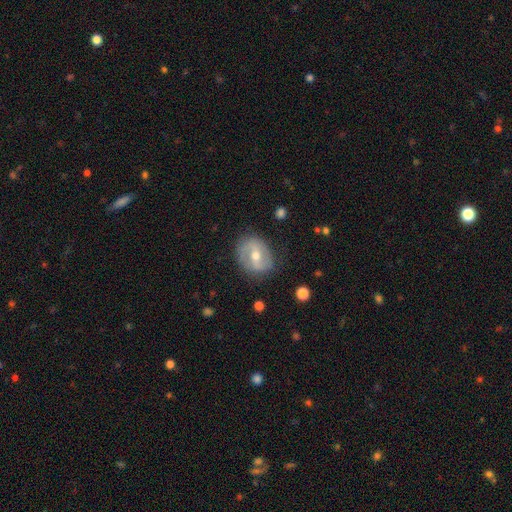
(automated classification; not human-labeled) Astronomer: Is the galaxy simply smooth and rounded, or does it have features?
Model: featured or disk — 70%.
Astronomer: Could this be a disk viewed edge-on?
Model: no — 96%.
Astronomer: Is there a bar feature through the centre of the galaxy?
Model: weak — 44% (runner-up: strong, 34%).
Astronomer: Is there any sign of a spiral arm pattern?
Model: yes — 74%.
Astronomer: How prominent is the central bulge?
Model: moderate — 69%.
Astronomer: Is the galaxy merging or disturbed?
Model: none — 79%.